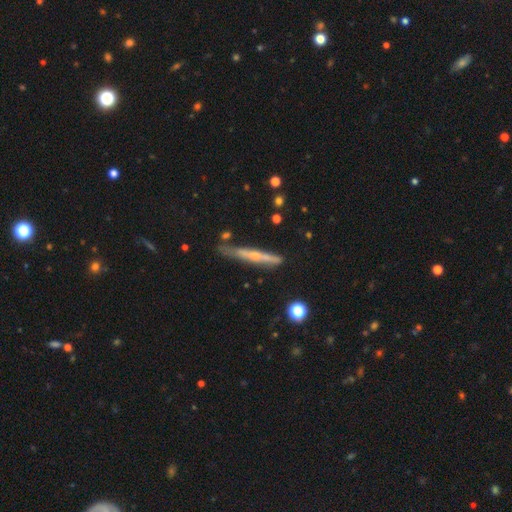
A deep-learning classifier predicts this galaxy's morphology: Overall: featured or disk (57%; smooth 36%). Edge-on disk: yes (92%). Edge-on bulge: none (47%; rounded 46%). Merging: none (71%).